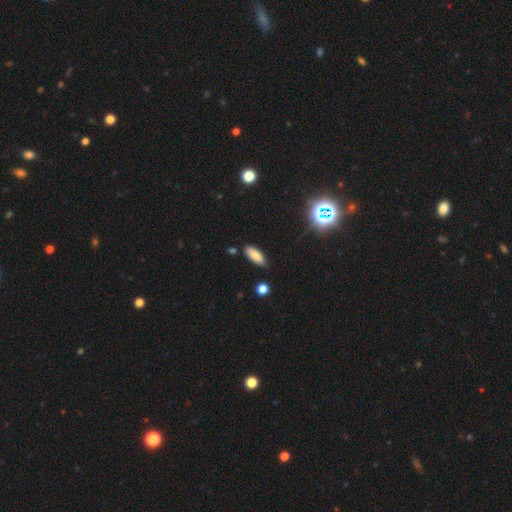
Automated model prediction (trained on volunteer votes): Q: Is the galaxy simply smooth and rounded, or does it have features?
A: smooth — 82%.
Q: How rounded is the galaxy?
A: in between — 76%.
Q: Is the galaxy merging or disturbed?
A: none — 84%.